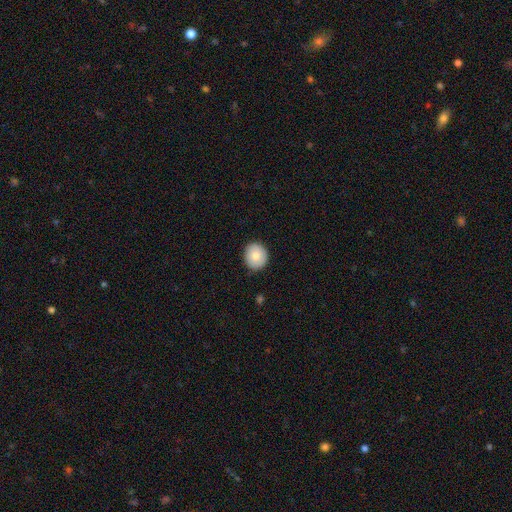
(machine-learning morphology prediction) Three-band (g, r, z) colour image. It shows a smooth galaxy with no disk features (79%) that is round (81%). Merging: none (88%).